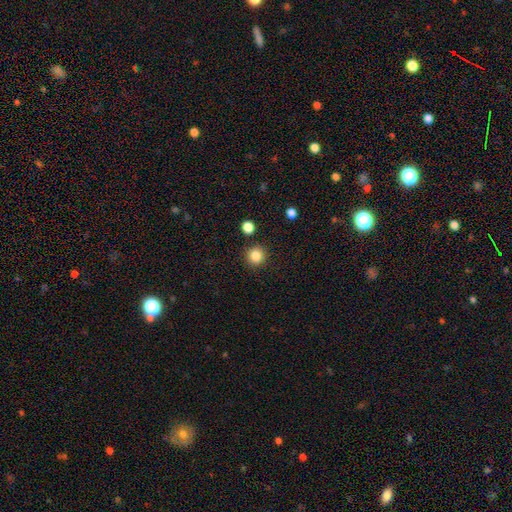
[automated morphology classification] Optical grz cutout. It shows a smooth galaxy with no disk features (85%) that is round (94%). Merging: none (89%).